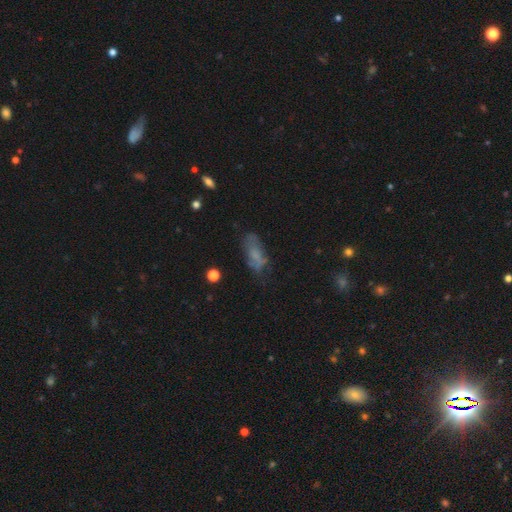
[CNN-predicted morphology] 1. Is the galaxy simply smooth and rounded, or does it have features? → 55% smooth, 32% featured or disk, 14% star or artifact.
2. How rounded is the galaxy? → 78% in between, 18% cigar-shaped, 4% round.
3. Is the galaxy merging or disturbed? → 52% none, 27% minor disturbance, 17% major disturbance, 4% merger.